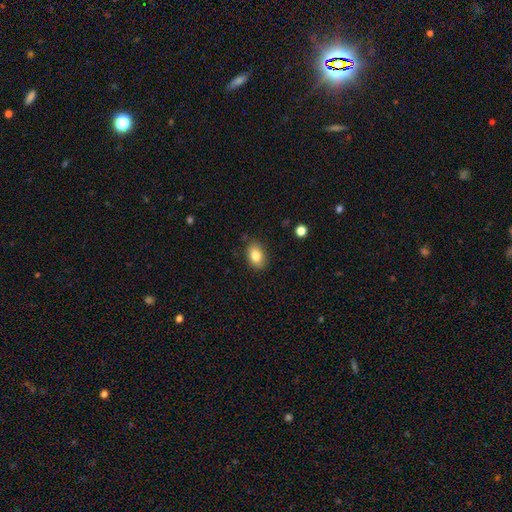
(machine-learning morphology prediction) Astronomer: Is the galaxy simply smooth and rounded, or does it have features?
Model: smooth — 83%.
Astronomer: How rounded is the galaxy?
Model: in between — 83%.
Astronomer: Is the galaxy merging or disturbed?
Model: none — 85%.